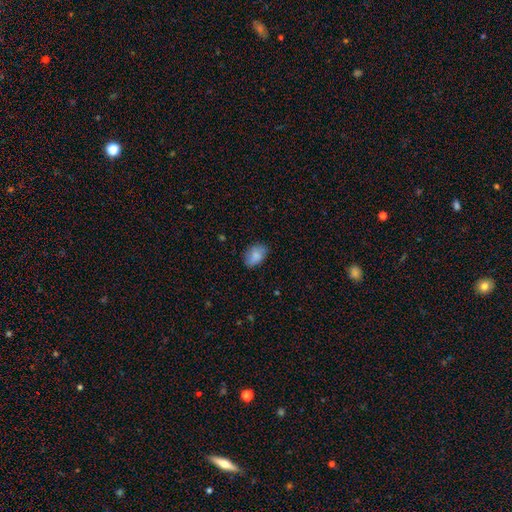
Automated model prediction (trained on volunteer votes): smooth-or-featured: smooth: 85% | featured or disk: 8% | star or artifact: 8%
  how-rounded: in between: 85% | round: 14% | cigar-shaped: 1%
  merging: none: 75% | minor disturbance: 20% | major disturbance: 4% | merger: 1%